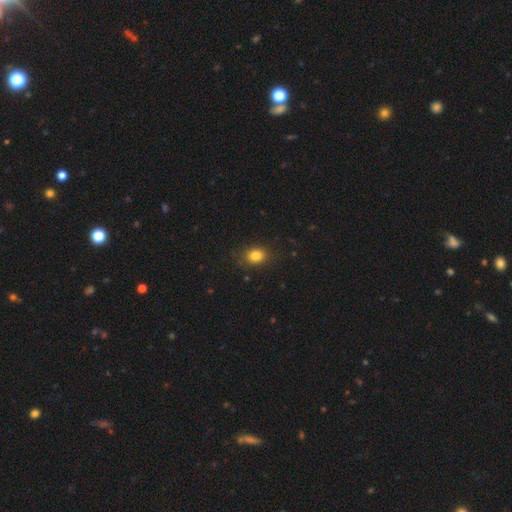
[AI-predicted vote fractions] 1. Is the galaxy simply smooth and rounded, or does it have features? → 83% smooth, 11% star or artifact, 6% featured or disk.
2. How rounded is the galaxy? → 56% in between, 42% round, 1% cigar-shaped.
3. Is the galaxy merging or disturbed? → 83% none, 12% minor disturbance, 4% major disturbance, 1% merger.